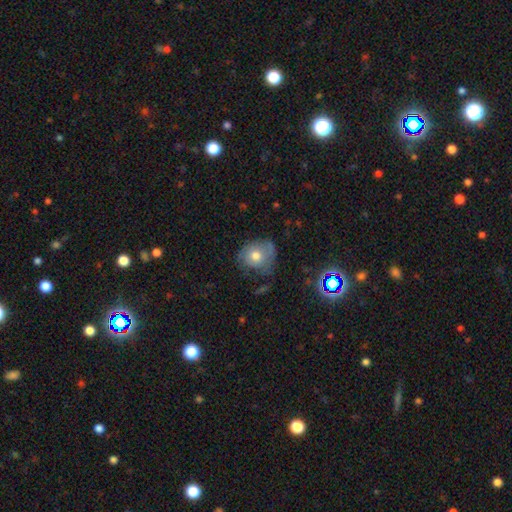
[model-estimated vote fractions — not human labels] smooth_or_featured: smooth (p=0.68) [alt: featured or disk p=0.22]
how_rounded: round (p=0.69) [alt: in between p=0.30]
merging: none (p=0.51) [alt: minor disturbance p=0.32]